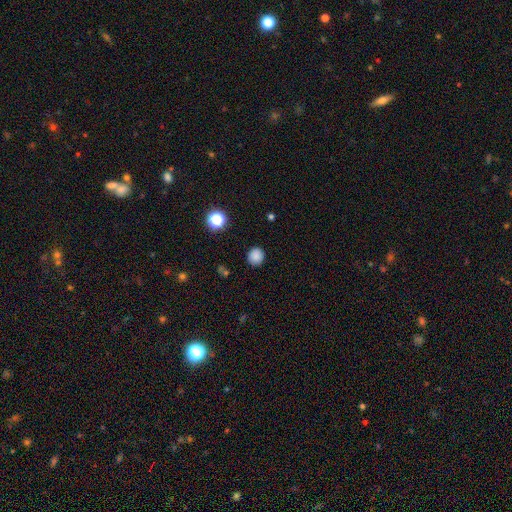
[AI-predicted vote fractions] smooth-or-featured: smooth: 84% | star or artifact: 13% | featured or disk: 3%
  how-rounded: round: 90% | in between: 9% | cigar-shaped: 1%
  merging: none: 89% | minor disturbance: 8% | major disturbance: 2% | merger: 1%